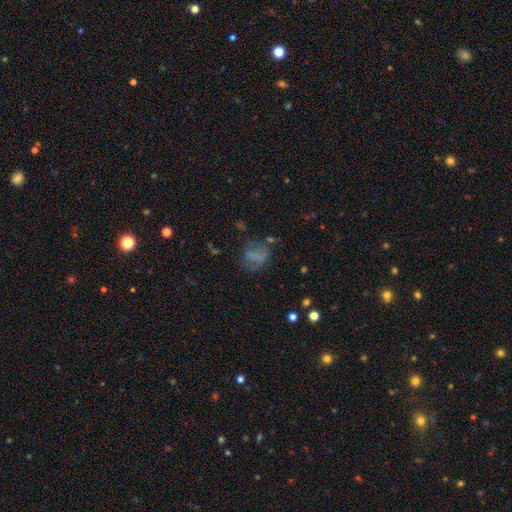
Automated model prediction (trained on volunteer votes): Smooth or featured? smooth (57%)
How rounded? in between (51%)
Merging? none (46%)